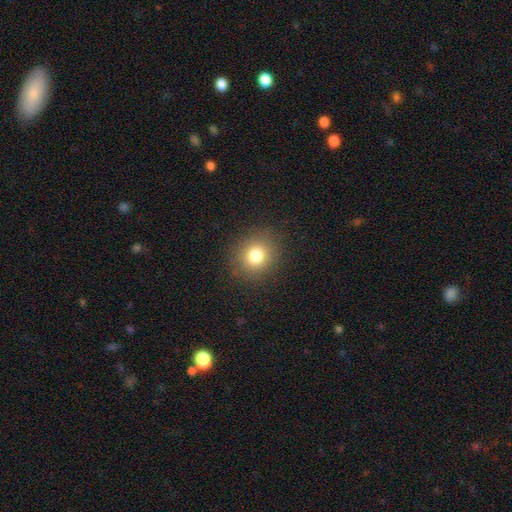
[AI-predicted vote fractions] This is likely a smooth galaxy (79%). How rounded: likely round (79%). Merging: clearly none (88%).